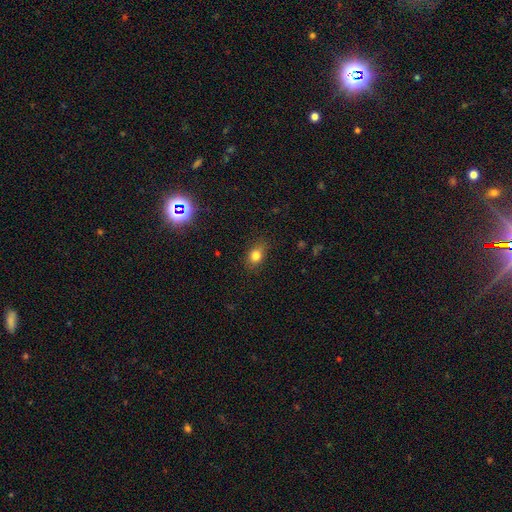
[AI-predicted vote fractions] Smooth or featured? smooth (80%)
How rounded? in between (56%)
Merging? none (78%)